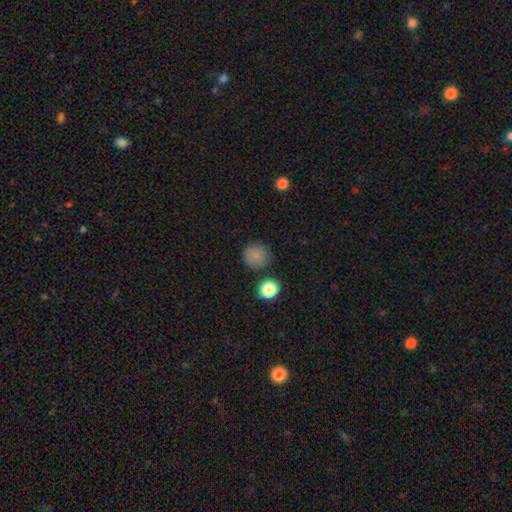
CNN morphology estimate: type=smooth (81%); roundness=round (92%); merging=none (83%).